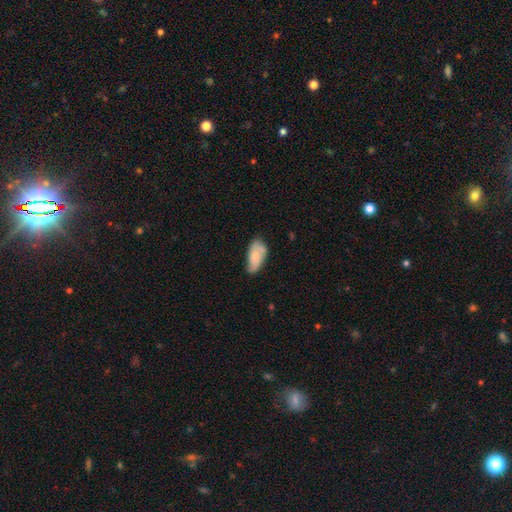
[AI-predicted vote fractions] smooth_or_featured: smooth (p=0.60) [alt: featured or disk p=0.32]
how_rounded: in between (p=0.89) [alt: cigar-shaped p=0.08]
merging: none (p=0.53) [alt: minor disturbance p=0.34]